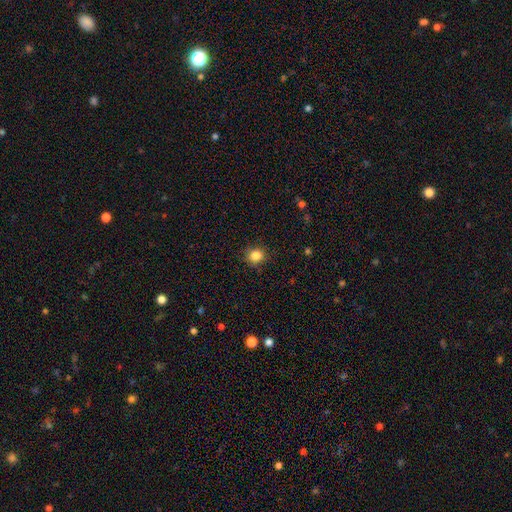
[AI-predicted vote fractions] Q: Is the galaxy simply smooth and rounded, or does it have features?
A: smooth — 84%.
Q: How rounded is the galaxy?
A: round — 85%.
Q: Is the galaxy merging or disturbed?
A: none — 87%.